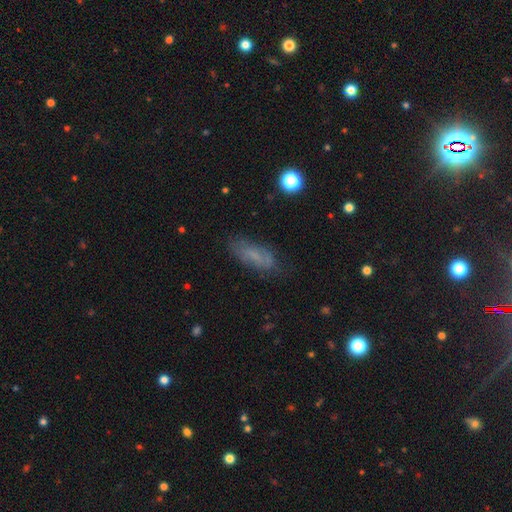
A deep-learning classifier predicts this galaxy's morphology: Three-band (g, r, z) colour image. It shows a smooth galaxy with no disk features (58%) that is in between round and cigar-shaped (66%). Merging: none (71%).